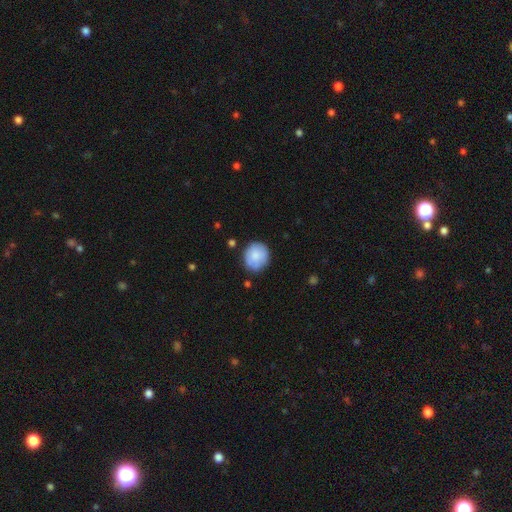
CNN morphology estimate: Overall: smooth (81%). How rounded: round (83%). Merging: none (78%).